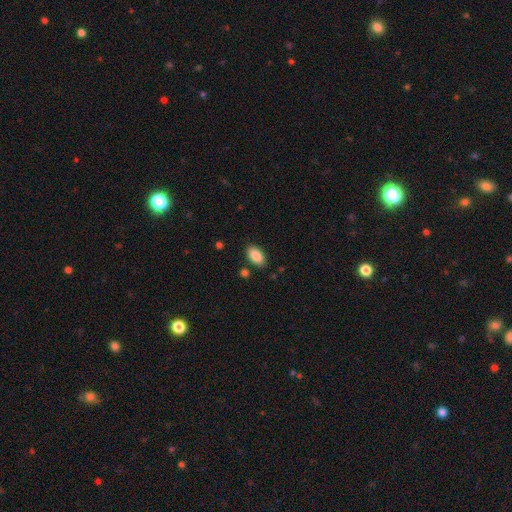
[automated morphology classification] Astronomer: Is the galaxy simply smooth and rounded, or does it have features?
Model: smooth — 87%.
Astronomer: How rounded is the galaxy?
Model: in between — 94%.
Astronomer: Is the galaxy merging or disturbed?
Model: none — 86%.